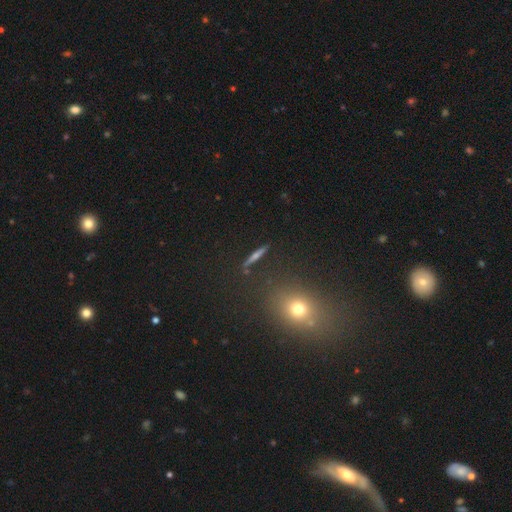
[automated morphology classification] Smooth or featured: featured or disk — 41% (smooth — 40%)
Merging: none — 87% (minor disturbance — 8%)